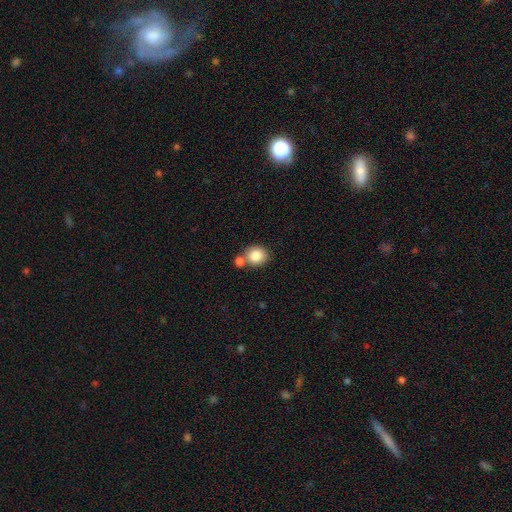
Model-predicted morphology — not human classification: Smooth or featured? Predicted: smooth (p=0.84). How rounded? Predicted: round (p=0.76). Merging? Predicted: none (p=0.59).